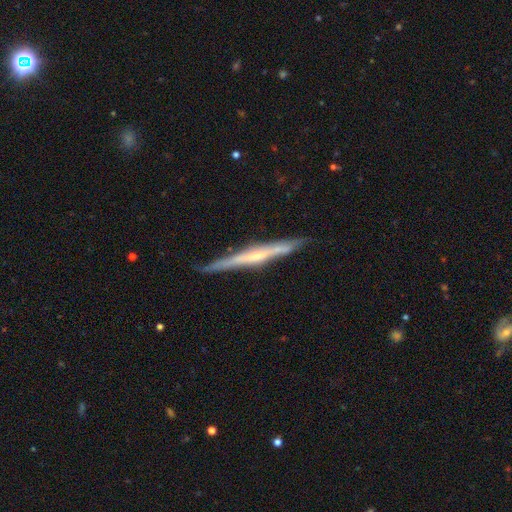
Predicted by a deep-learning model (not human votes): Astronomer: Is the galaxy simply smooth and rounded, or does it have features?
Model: featured or disk — 71%.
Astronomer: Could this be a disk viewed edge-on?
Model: yes — 96%.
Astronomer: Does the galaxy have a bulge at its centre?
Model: none — 46% (runner-up: rounded, 42%).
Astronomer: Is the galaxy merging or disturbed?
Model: none — 85%.